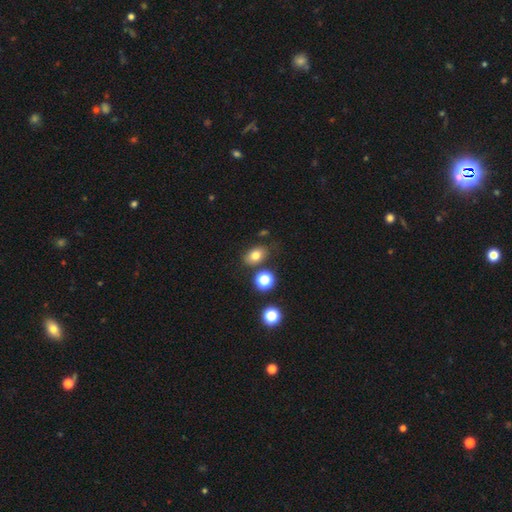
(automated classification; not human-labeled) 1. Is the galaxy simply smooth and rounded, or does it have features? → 77% smooth, 13% star or artifact, 10% featured or disk.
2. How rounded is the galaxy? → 77% in between, 22% round, 1% cigar-shaped.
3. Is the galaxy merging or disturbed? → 76% none, 13% minor disturbance, 7% merger, 4% major disturbance.